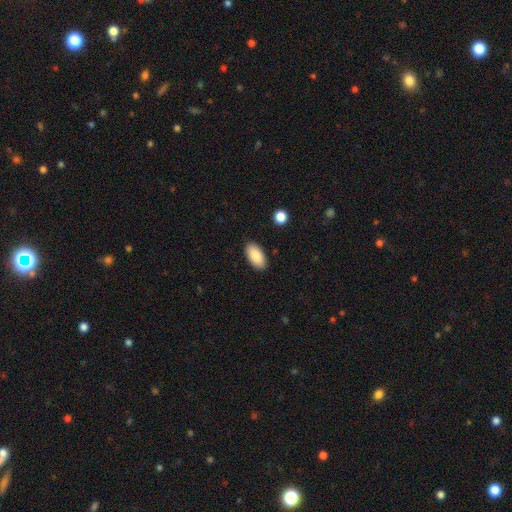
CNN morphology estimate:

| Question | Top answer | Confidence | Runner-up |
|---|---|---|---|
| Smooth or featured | smooth | 88% | star or artifact (6%) |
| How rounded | in between | 95% | cigar-shaped (3%) |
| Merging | none | 89% | minor disturbance (8%) |